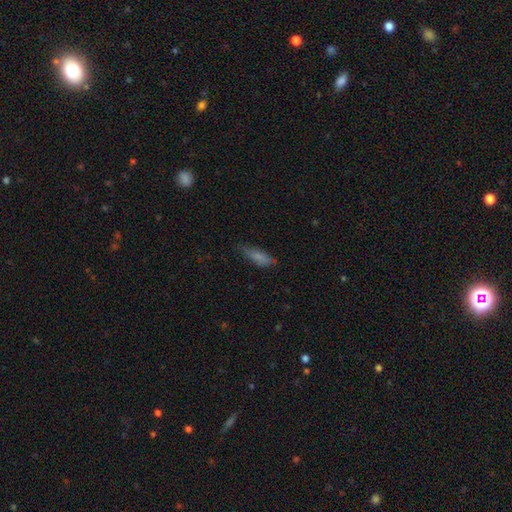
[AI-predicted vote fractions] Morphology: type=smooth (64%); roundness=cigar-shaped (57%); merging=none (71%).